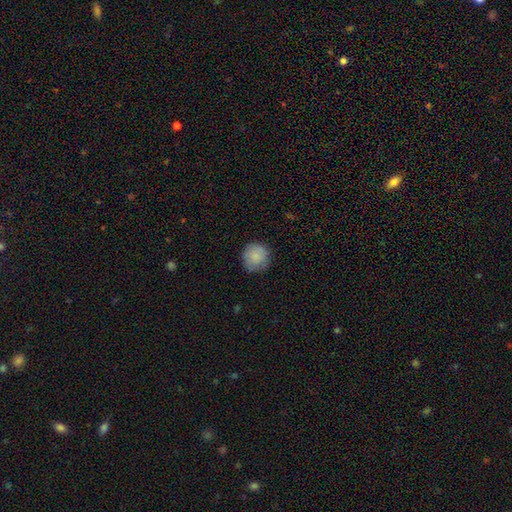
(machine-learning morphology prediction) type=smooth (87%); roundness=round (93%); merging=none (82%).